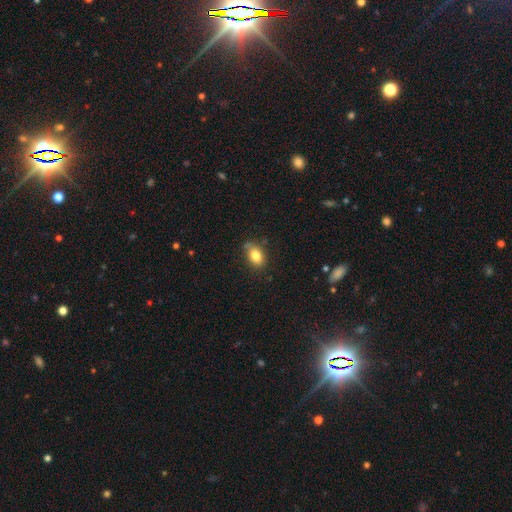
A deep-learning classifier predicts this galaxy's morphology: type=smooth (81%); roundness=in between (79%); merging=none (71%).